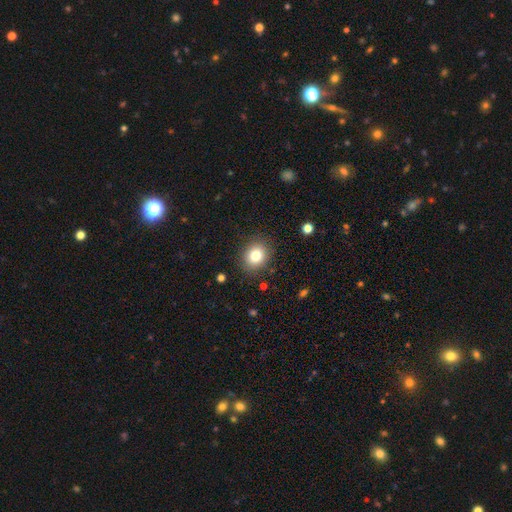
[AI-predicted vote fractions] Smooth or featured? smooth (80%)
How rounded? round (67%)
Merging? none (88%)